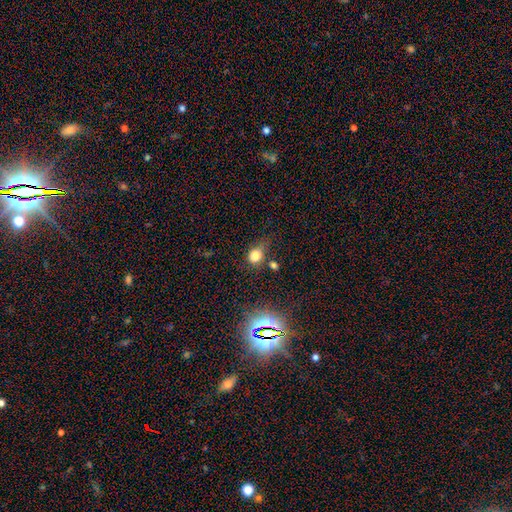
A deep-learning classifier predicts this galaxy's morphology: Q: Smooth or featured?
A: smooth (74%); runner-up: star or artifact (18%)
Q: How rounded?
A: round (58%); runner-up: in between (40%)
Q: Merging?
A: none (49%); runner-up: minor disturbance (27%)